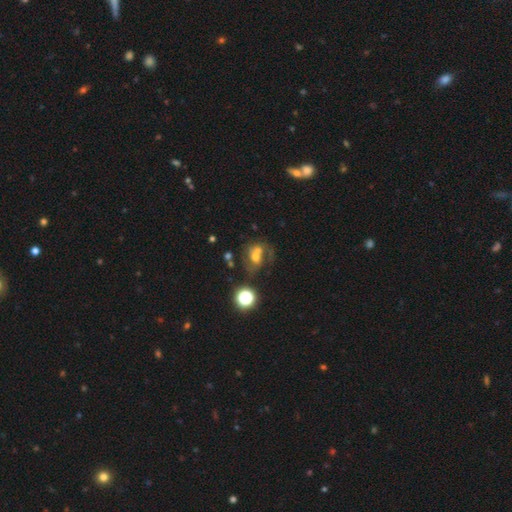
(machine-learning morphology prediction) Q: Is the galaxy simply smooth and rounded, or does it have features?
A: featured or disk — 43%.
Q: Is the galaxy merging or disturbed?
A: merger — 46%.